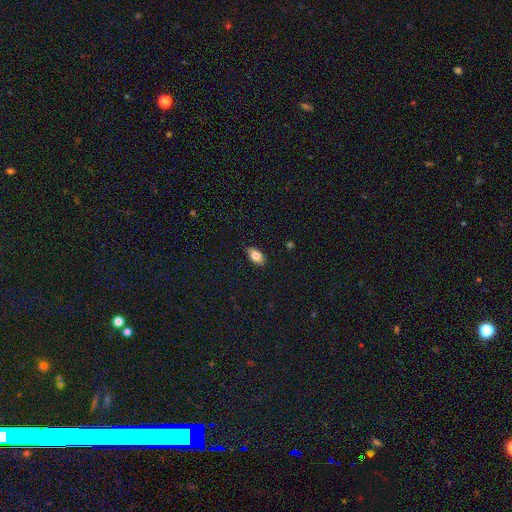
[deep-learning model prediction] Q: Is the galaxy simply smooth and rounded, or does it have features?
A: smooth — 82%.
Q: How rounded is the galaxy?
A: in between — 91%.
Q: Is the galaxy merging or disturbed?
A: none — 87%.